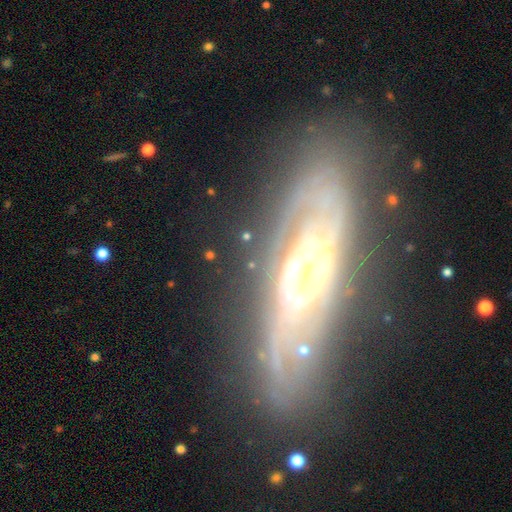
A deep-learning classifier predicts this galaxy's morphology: Smooth or featured? Predicted: featured or disk (p=0.81). Edge-on disk? Predicted: no (p=0.60). Merging? Predicted: none (p=0.74).